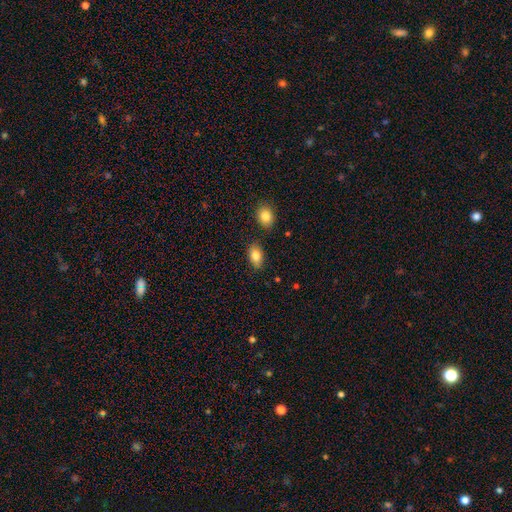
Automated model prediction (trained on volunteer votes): Smooth or featured?
  - smooth: 83% *
  - featured or disk: 9%
  - star or artifact: 8%
How rounded?
  - in between: 90% *
  - round: 8%
  - cigar-shaped: 2%
Merging?
  - none: 82% *
  - minor disturbance: 11%
  - merger: 4%
  - major disturbance: 2%